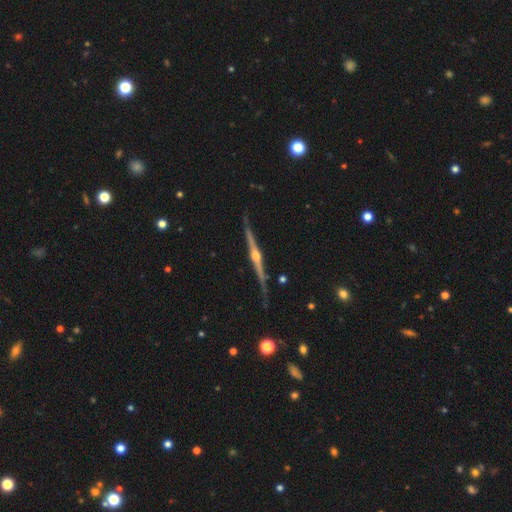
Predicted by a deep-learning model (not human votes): A featured or disk galaxy (89%) viewed edge-on (99%) with a rounded central bulge (93%).

Vote fractions:
- Smooth or featured? featured or disk: 89% / smooth: 6% / star or artifact: 5%
- Edge-on disk? yes: 99% / no: 1%
- Edge-on bulge? rounded: 93% / boxy: 4% / none: 4%
- Merging? none: 87% / minor disturbance: 9% / major disturbance: 2% / merger: 2%